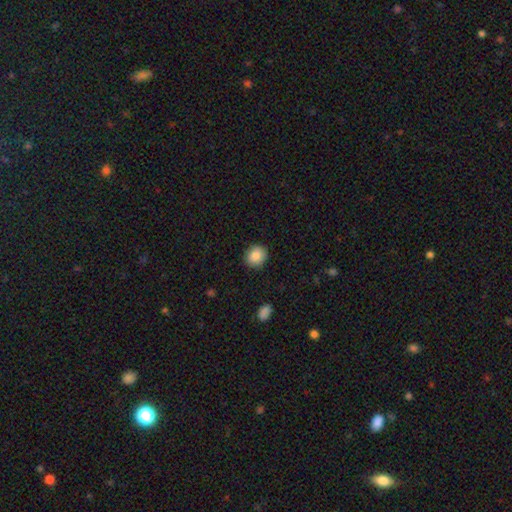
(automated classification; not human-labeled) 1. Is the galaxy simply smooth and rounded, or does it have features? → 87% smooth, 8% star or artifact, 5% featured or disk.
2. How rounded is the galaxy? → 81% round, 18% in between, 1% cigar-shaped.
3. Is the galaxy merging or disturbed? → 89% none, 8% minor disturbance, 2% major disturbance, 1% merger.